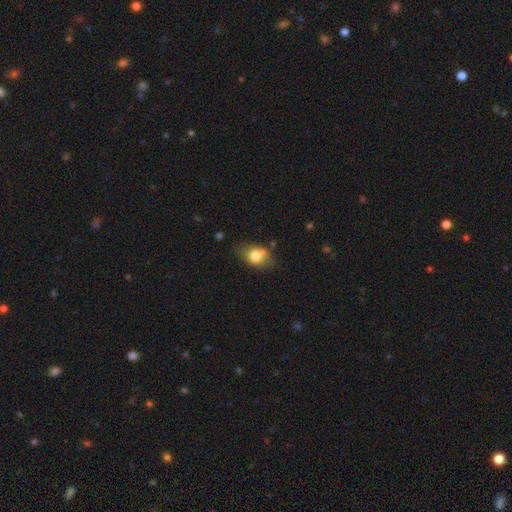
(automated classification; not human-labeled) Overall: smooth (76%). How rounded: in between (74%). Merging: none (59%; minor disturbance 27%).